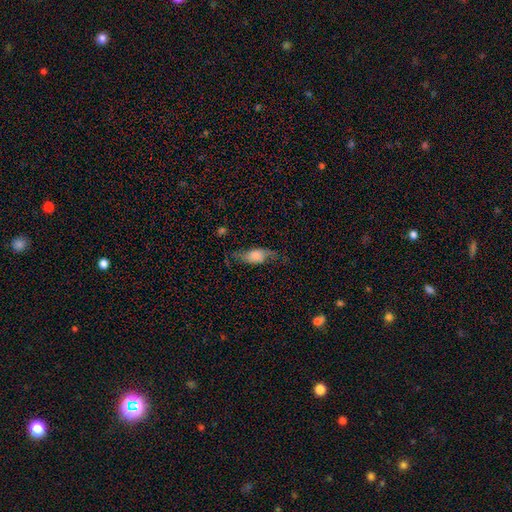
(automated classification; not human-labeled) Smooth or featured? Predicted: smooth (p=0.53). How rounded? Predicted: in between (p=0.80). Merging? Predicted: none (p=0.54).